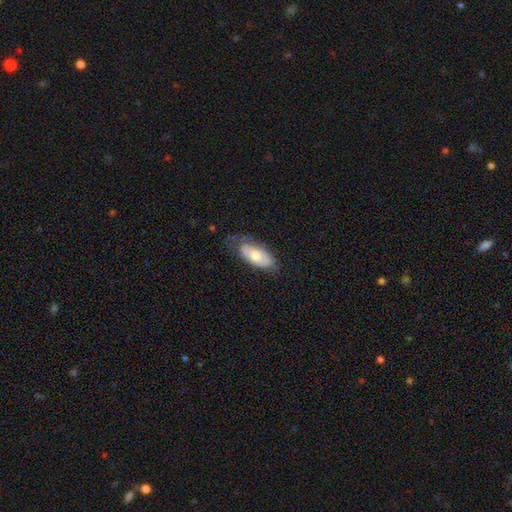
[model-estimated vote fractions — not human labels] The model was most divided on "smooth or featured": smooth: 57%, featured or disk: 38%, star or artifact: 5%. More confident: how rounded — in between (89%); merging — none (59%).